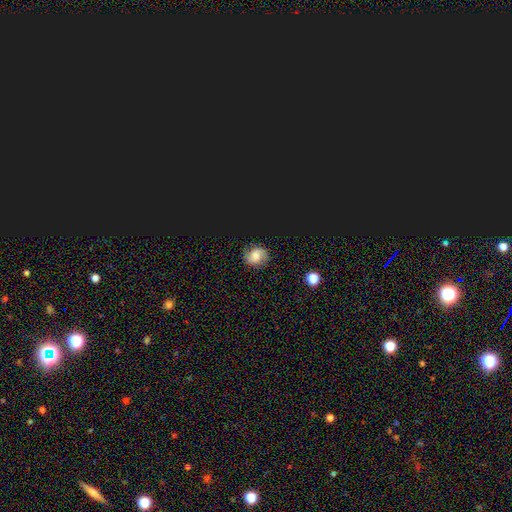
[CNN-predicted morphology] Overall: featured or disk (48%; smooth 34%). Merging: none (80%).